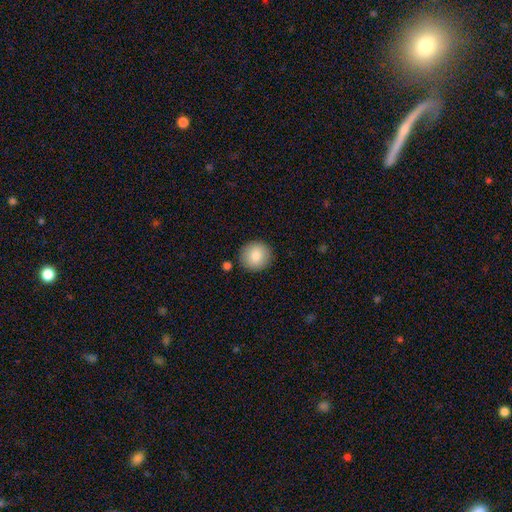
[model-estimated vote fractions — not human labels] Overall: smooth (83%). How rounded: round (93%). Merging: none (89%).